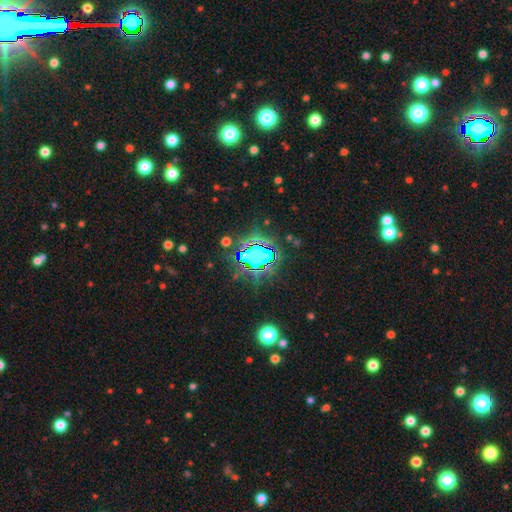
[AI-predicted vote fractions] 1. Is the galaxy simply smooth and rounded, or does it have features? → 66% star or artifact, 22% smooth, 12% featured or disk.